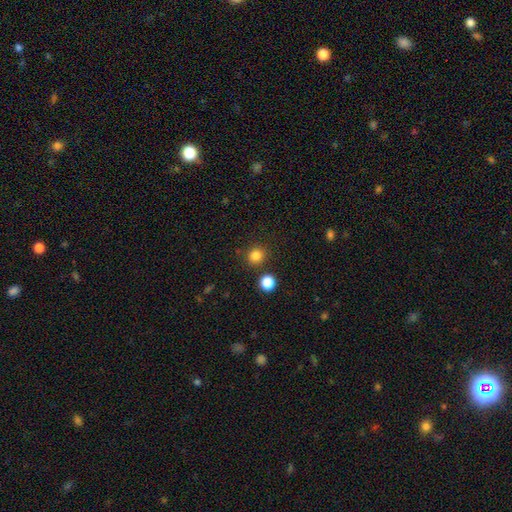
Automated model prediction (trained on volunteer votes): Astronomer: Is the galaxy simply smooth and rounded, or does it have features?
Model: smooth — 83%.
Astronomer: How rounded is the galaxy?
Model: round — 91%.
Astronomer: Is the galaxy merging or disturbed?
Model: none — 86%.